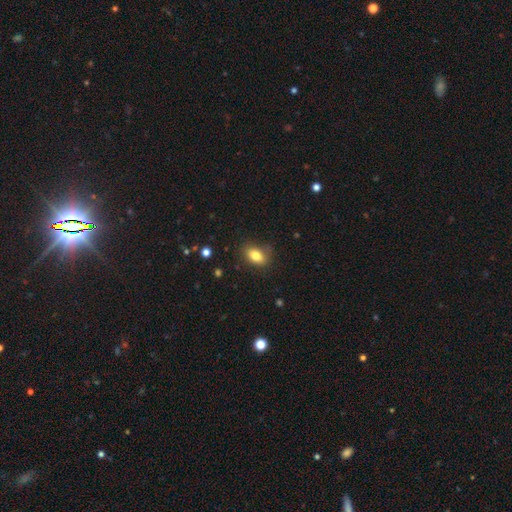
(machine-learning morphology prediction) Smooth or featured? Predicted: smooth (p=0.82). How rounded? Predicted: in between (p=0.85). Merging? Predicted: none (p=0.80).